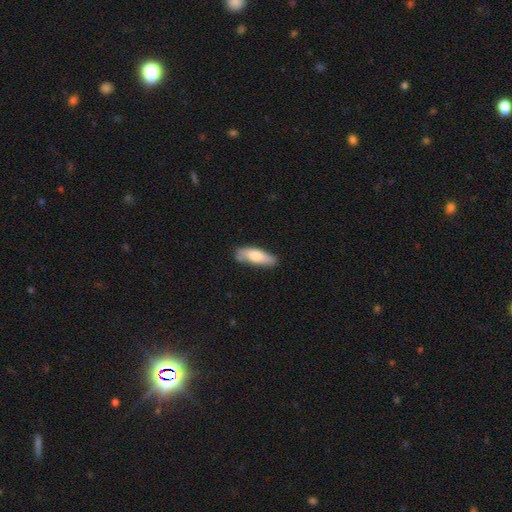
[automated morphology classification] Smooth or featured? smooth (72%)
How rounded? cigar-shaped (53%)
Merging? none (74%)